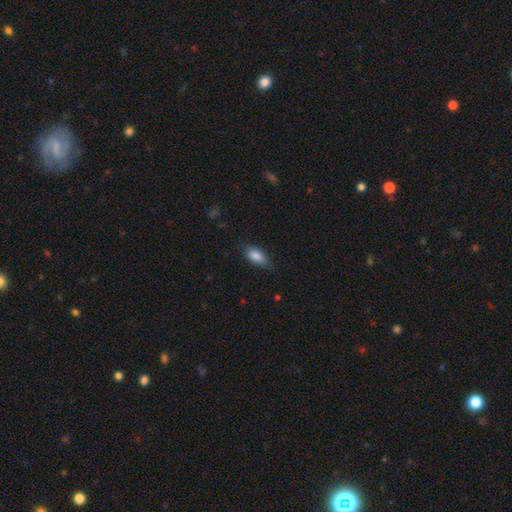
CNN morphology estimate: smooth-or-featured: smooth: 85% | featured or disk: 8% | star or artifact: 7%
  how-rounded: in between: 87% | cigar-shaped: 9% | round: 3%
  merging: none: 77% | minor disturbance: 18% | major disturbance: 3% | merger: 1%